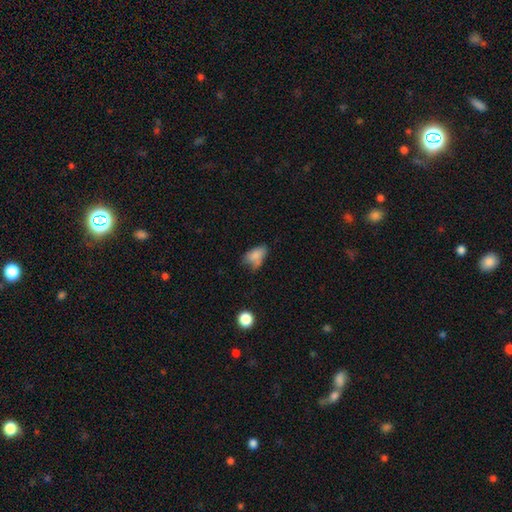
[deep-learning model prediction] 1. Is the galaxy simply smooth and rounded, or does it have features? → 76% smooth, 13% featured or disk, 11% star or artifact.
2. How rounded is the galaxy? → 87% in between, 10% round, 3% cigar-shaped.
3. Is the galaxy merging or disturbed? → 40% none, 35% minor disturbance, 16% major disturbance, 8% merger.